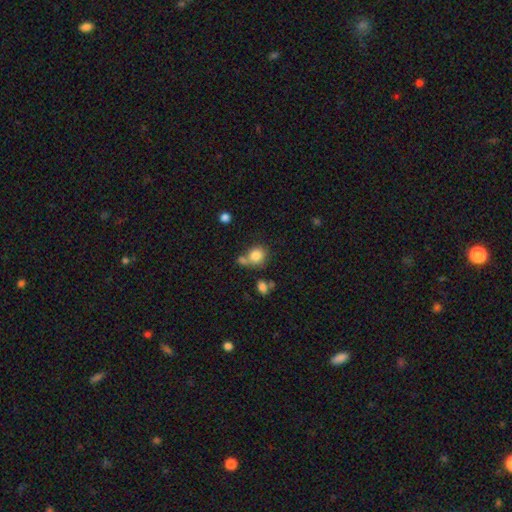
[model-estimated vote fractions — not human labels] This appears to be a smooth galaxy with no disk features (82%) that is round (80%). Merging: none (54%).